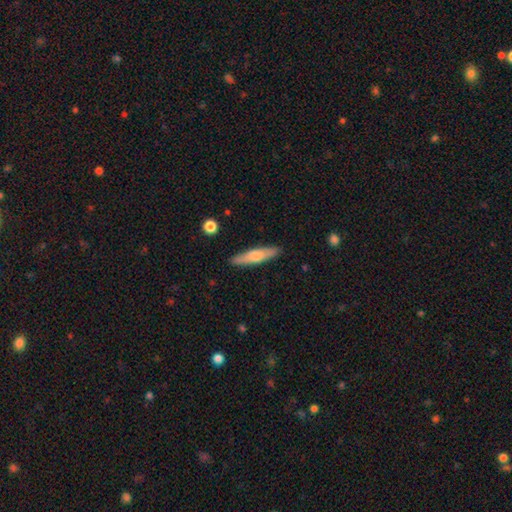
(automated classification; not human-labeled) Smooth or featured: smooth — 55% (featured or disk — 39%)
How rounded: cigar-shaped — 82% (in between — 16%)
Merging: none — 89% (minor disturbance — 8%)